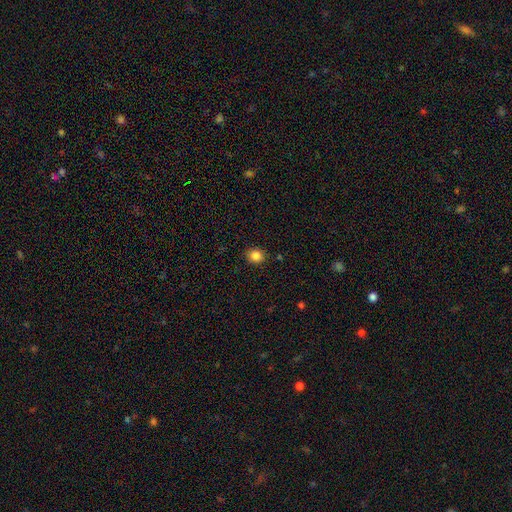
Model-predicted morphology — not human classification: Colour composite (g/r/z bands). It shows a smooth galaxy with no disk features (85%) that is round (68%). Merging: none (87%).